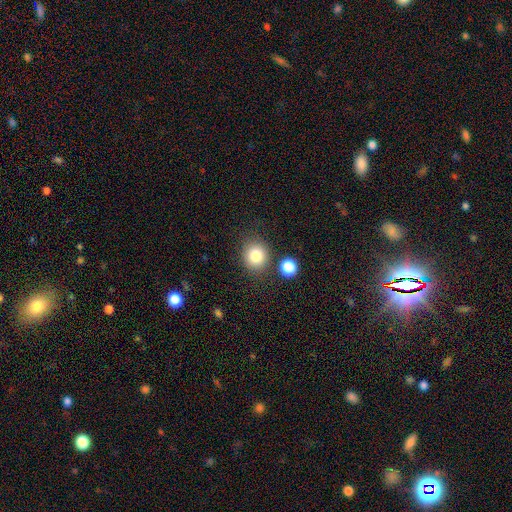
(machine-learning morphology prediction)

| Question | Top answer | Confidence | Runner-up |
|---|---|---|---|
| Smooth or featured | smooth | 82% | star or artifact (11%) |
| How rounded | round | 83% | in between (17%) |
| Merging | none | 79% | minor disturbance (10%) |